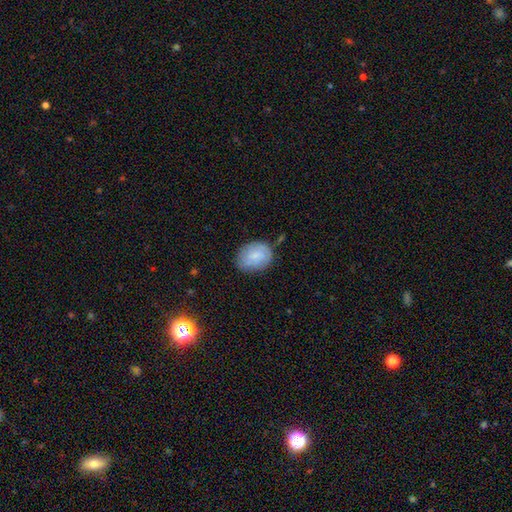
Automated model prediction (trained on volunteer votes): This appears to be a smooth galaxy with no disk features (67%) that is in between round and cigar-shaped (66%). Merging: none (71%).